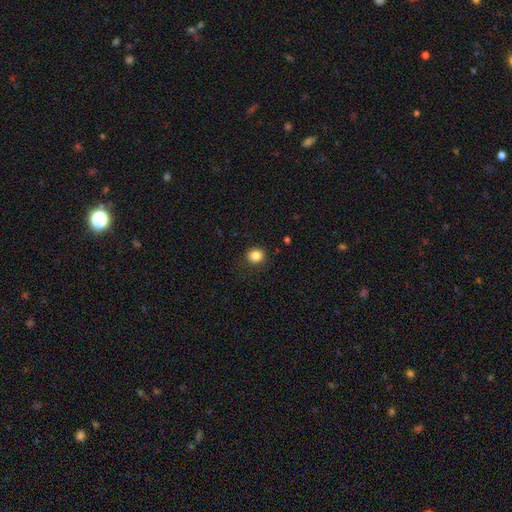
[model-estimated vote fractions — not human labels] Q: Smooth or featured?
A: smooth (84%); runner-up: star or artifact (11%)
Q: How rounded?
A: round (76%); runner-up: in between (24%)
Q: Merging?
A: none (86%); runner-up: minor disturbance (10%)